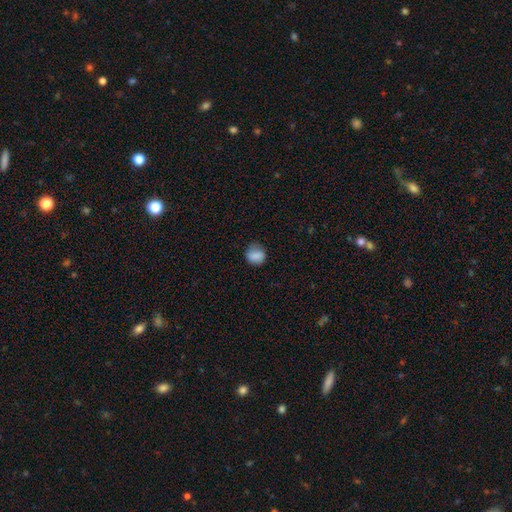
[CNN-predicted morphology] A smooth galaxy with no disk features (84%) that is round (76%). Merging: none (73%).